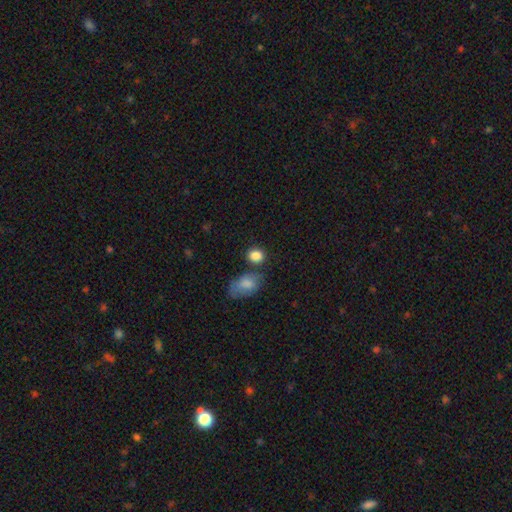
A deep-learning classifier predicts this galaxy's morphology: Smooth or featured? smooth (86%)
How rounded? round (59%)
Merging? none (67%)